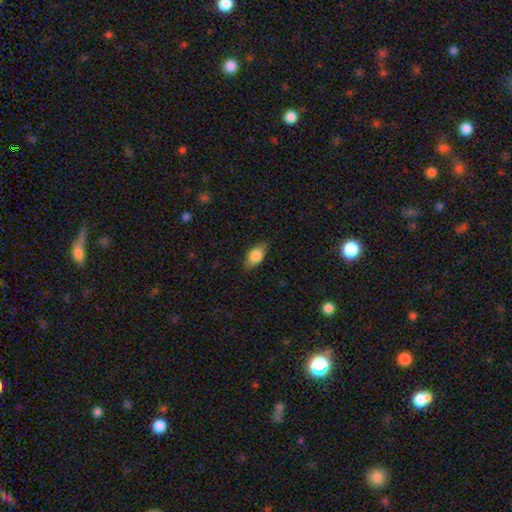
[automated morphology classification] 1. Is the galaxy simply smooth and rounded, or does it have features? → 82% smooth, 11% featured or disk, 7% star or artifact.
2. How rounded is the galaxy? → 89% in between, 6% round, 5% cigar-shaped.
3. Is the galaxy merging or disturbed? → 84% none, 12% minor disturbance, 3% major disturbance, 1% merger.